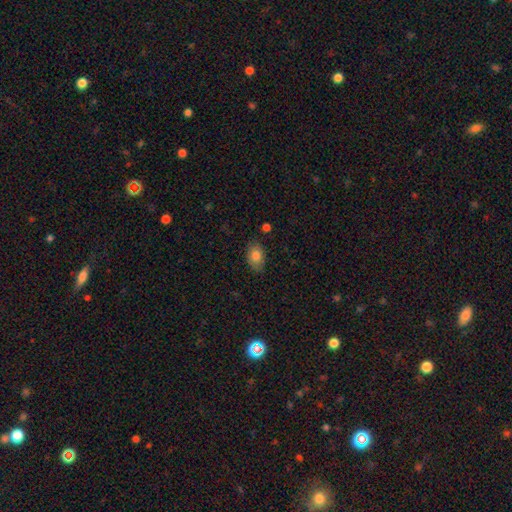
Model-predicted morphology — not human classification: Q: Smooth or featured?
A: smooth (82%); runner-up: featured or disk (10%)
Q: How rounded?
A: in between (86%); runner-up: round (13%)
Q: Merging?
A: none (81%); runner-up: minor disturbance (15%)